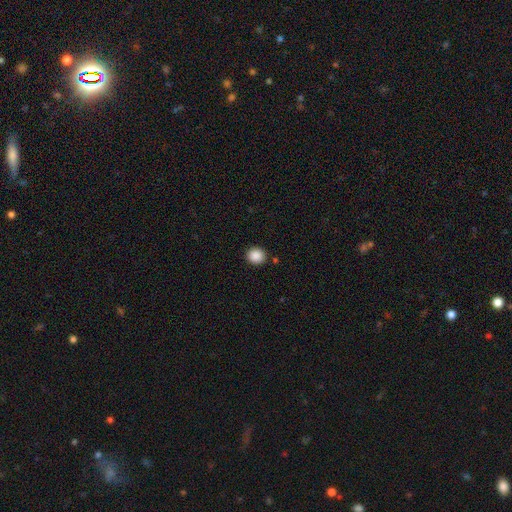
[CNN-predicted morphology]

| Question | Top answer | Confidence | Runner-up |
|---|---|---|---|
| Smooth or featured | smooth | 88% | star or artifact (9%) |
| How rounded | round | 84% | in between (15%) |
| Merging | none | 89% | minor disturbance (7%) |